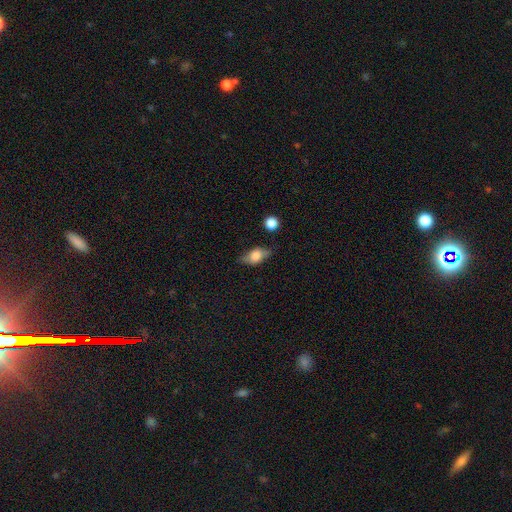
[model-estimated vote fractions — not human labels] smooth 63%, featured or disk 29%, star or artifact 8%. Down the decision tree: how rounded — in between (79%); merging — none (69%).